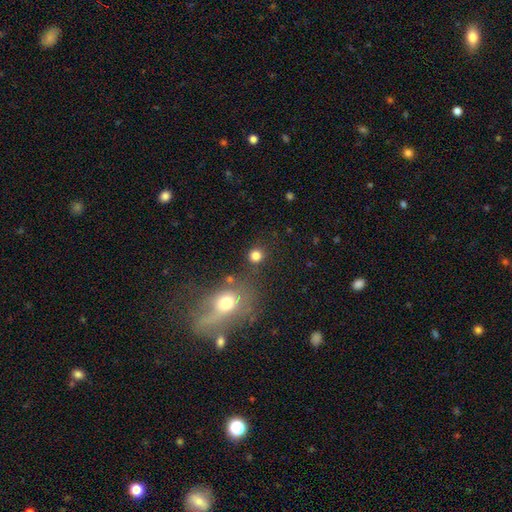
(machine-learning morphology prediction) A smooth galaxy with no disk features (81%) that is round (89%).

Vote fractions:
- Smooth or featured? smooth: 81% / star or artifact: 13% / featured or disk: 5%
- How rounded? round: 89% / in between: 10% / cigar-shaped: 1%
- Merging? none: 83% / minor disturbance: 7% / merger: 6% / major disturbance: 4%